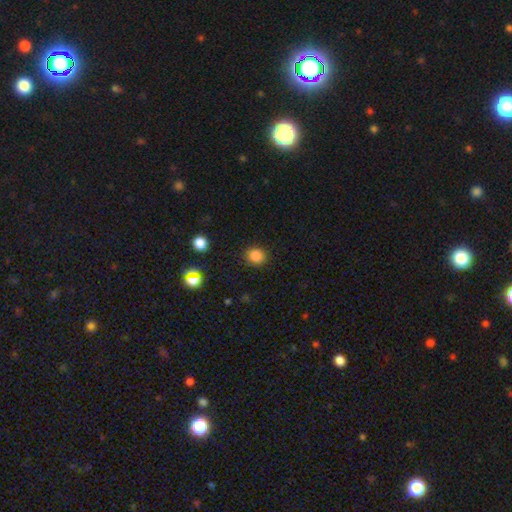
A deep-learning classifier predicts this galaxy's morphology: smooth 85%, star or artifact 12%, featured or disk 4%. Down the decision tree: how rounded — round (78%); merging — none (88%).